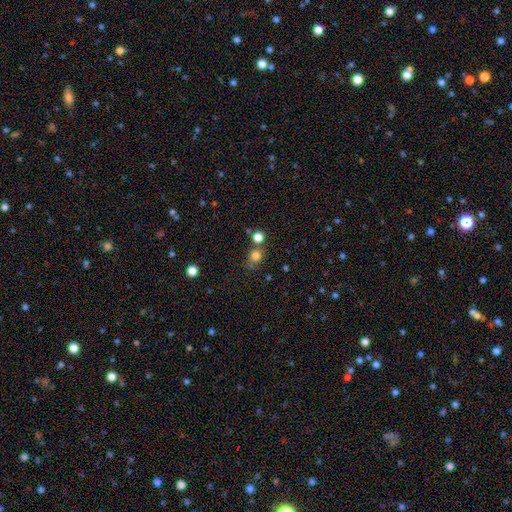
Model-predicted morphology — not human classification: Overall: smooth (78%). How rounded: round (82%). Merging: none (67%).